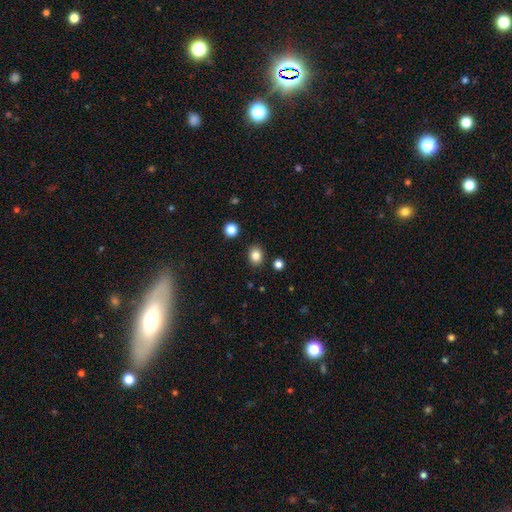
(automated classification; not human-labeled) Smooth or featured: smooth — 84% (star or artifact — 11%)
How rounded: round — 55% (in between — 44%)
Merging: none — 88% (minor disturbance — 8%)